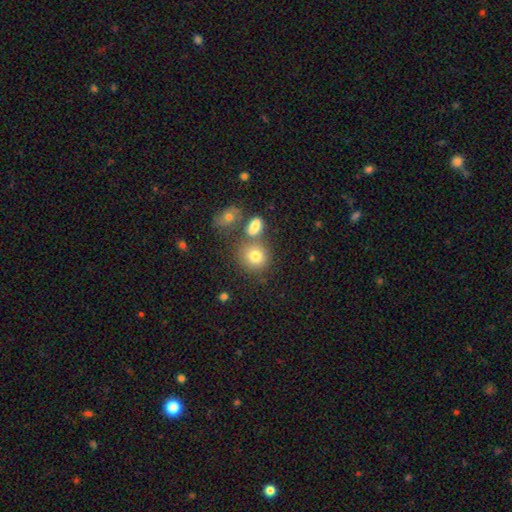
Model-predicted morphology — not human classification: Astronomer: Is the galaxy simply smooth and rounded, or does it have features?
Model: smooth — 79%.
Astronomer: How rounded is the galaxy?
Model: round — 77%.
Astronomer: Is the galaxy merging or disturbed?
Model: none — 62%.